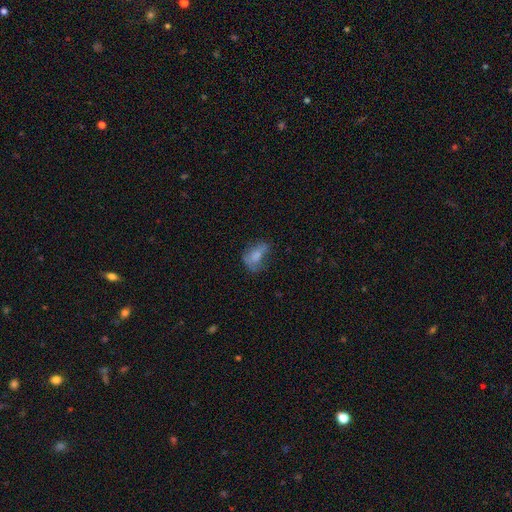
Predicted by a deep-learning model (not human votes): The model was most divided on "merging": none: 42%, minor disturbance: 29%, major disturbance: 24%, merger: 4%. More confident: how rounded — in between (81%); smooth or featured — smooth (64%).